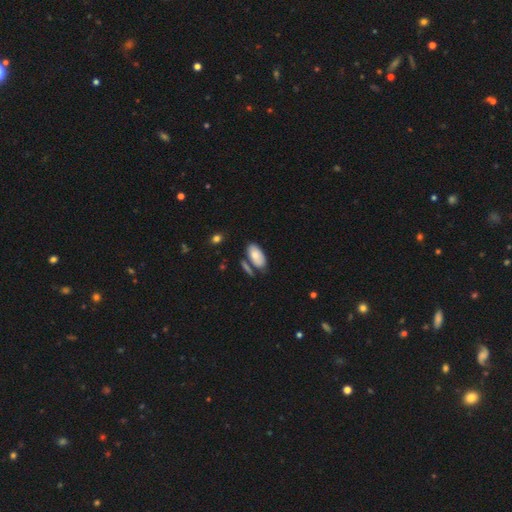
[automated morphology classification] smooth 73%, featured or disk 20%, star or artifact 7%. Down the decision tree: how rounded — in between (92%); merging — none (62%).